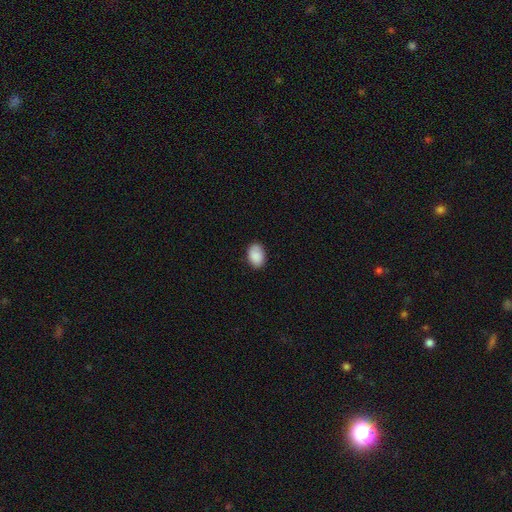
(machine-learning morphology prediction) Smooth or featured? smooth (89%)
How rounded? in between (83%)
Merging? none (84%)